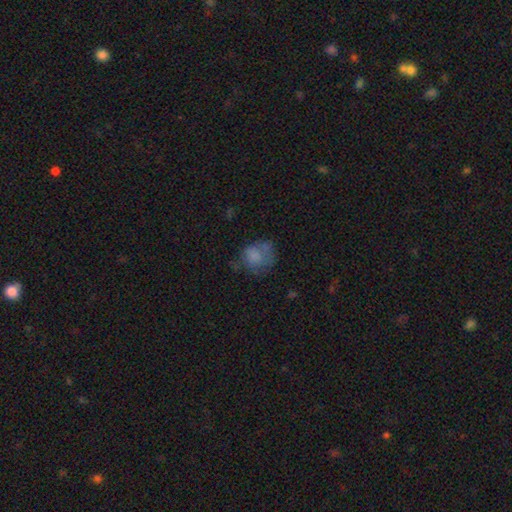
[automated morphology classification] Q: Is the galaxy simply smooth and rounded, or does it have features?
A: smooth — 69%.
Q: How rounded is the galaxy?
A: round — 64%.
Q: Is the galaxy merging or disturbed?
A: none — 43%.